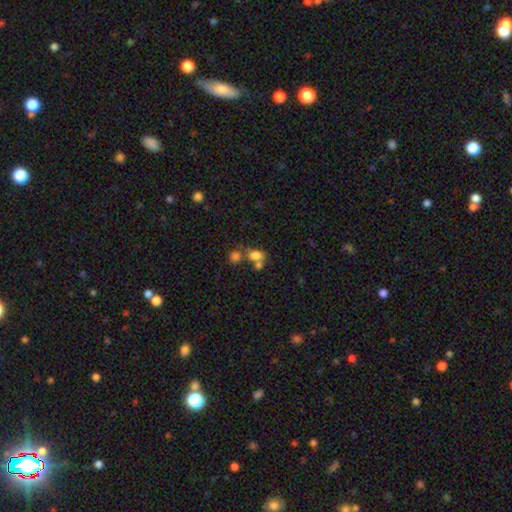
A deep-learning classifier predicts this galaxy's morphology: Smooth or featured? smooth (76%)
How rounded? in between (65%)
Merging? merger (45%)